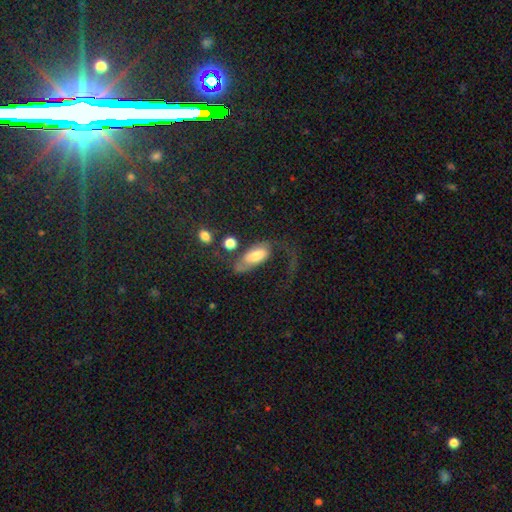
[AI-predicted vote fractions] A smooth galaxy with no disk features (50%). Merging: major disturbance (46%).